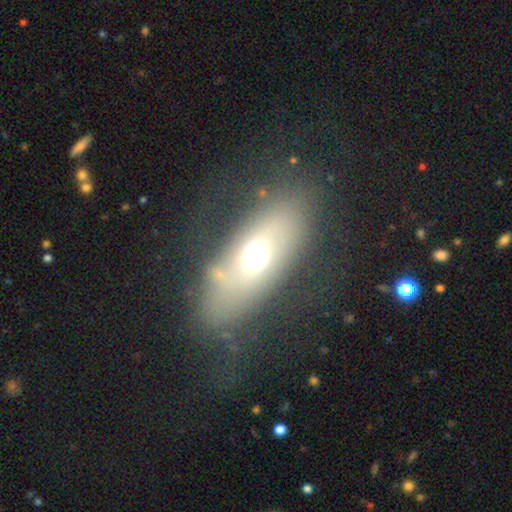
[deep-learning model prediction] Q: Smooth or featured?
A: featured or disk (46%); runner-up: smooth (44%)
Q: Merging?
A: none (59%); runner-up: minor disturbance (21%)